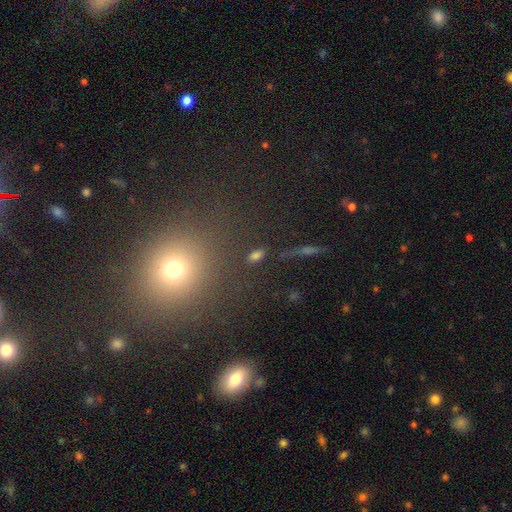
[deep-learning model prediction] Smooth or featured? smooth (59%)
How rounded? in between (60%)
Merging? none (80%)